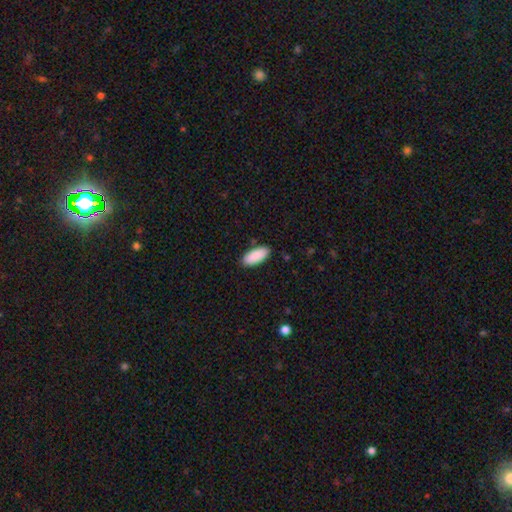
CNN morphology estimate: smooth 91%, star or artifact 6%, featured or disk 4%. Down the decision tree: how rounded — in between (87%); merging — none (88%).